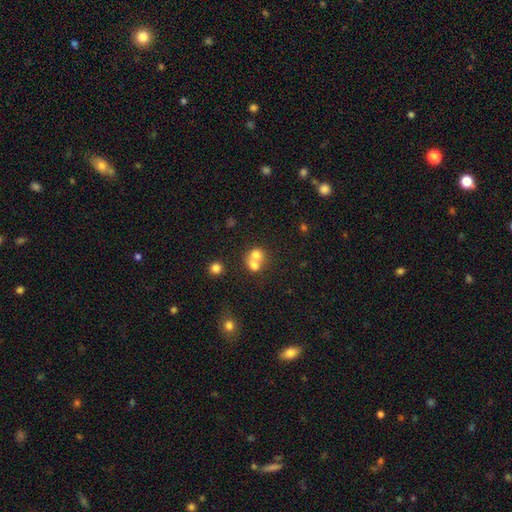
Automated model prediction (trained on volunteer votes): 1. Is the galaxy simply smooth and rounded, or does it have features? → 69% smooth, 19% featured or disk, 12% star or artifact.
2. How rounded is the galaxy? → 74% round, 25% in between, 1% cigar-shaped.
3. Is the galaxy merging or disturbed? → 66% merger, 26% none, 5% minor disturbance, 3% major disturbance.